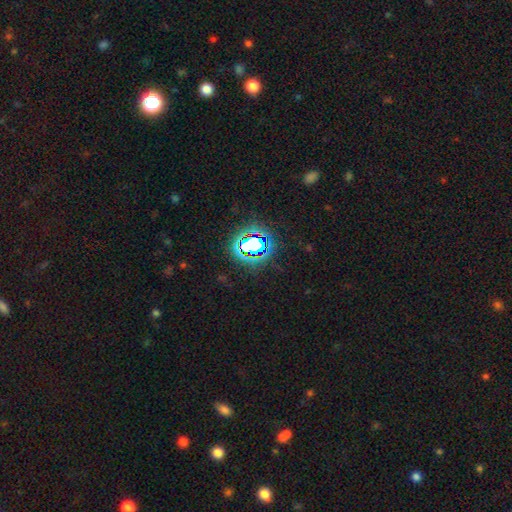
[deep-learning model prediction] Smooth or featured: star or artifact — 72% (smooth — 18%)